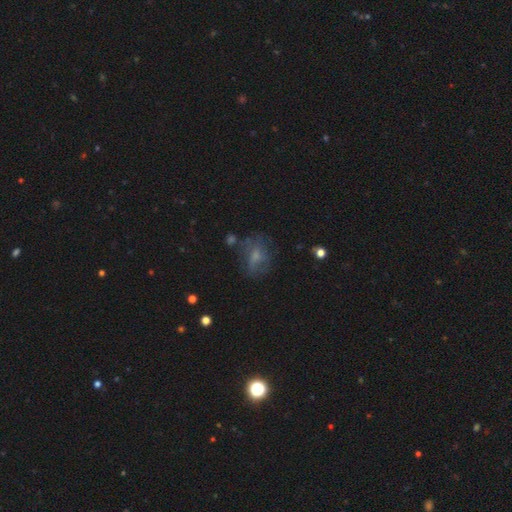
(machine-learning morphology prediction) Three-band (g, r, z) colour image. It shows a smooth galaxy with no disk features (48%). Merging: none (52%).